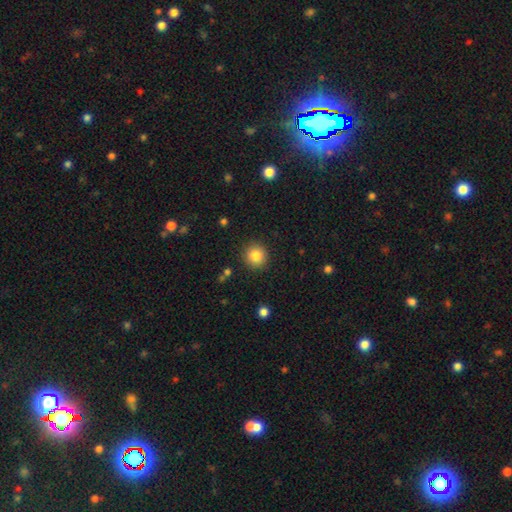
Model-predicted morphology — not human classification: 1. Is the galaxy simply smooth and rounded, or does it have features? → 84% smooth, 10% star or artifact, 6% featured or disk.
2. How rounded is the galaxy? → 92% round, 7% in between, 1% cigar-shaped.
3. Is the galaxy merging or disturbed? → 90% none, 6% minor disturbance, 2% major disturbance, 1% merger.